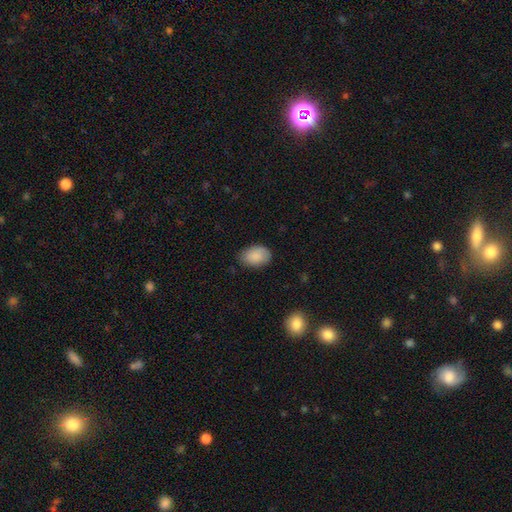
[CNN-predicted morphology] A smooth galaxy with no disk features (88%) that is in between round and cigar-shaped (88%).

Vote fractions:
- Smooth or featured? smooth: 88% / star or artifact: 7% / featured or disk: 5%
- How rounded? in between: 88% / round: 11% / cigar-shaped: 1%
- Merging? none: 78% / minor disturbance: 17% / major disturbance: 3% / merger: 1%